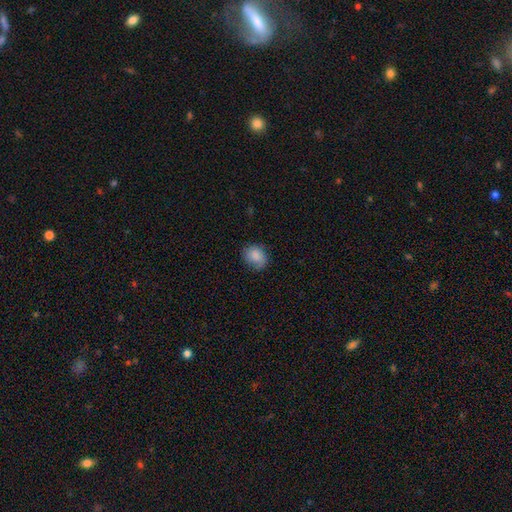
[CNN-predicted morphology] Smooth or featured?
  - smooth: 83% *
  - featured or disk: 9%
  - star or artifact: 8%
How rounded?
  - round: 59% *
  - in between: 40%
  - cigar-shaped: 1%
Merging?
  - none: 71% *
  - minor disturbance: 22%
  - major disturbance: 6%
  - merger: 1%